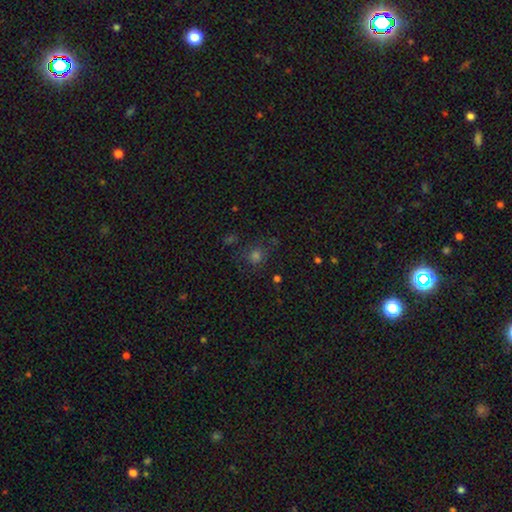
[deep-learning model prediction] This appears to be a smooth galaxy with no disk features (61%) that is round (82%). Merging: none (73%).